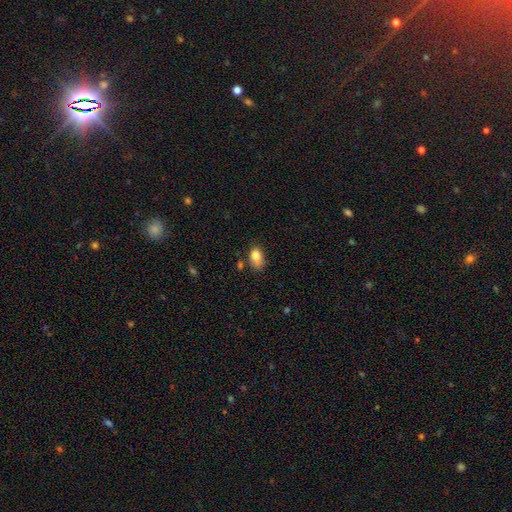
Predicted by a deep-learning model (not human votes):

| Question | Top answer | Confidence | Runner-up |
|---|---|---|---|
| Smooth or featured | smooth | 80% | featured or disk (11%) |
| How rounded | in between | 84% | round (14%) |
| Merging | none | 53% | minor disturbance (30%) |